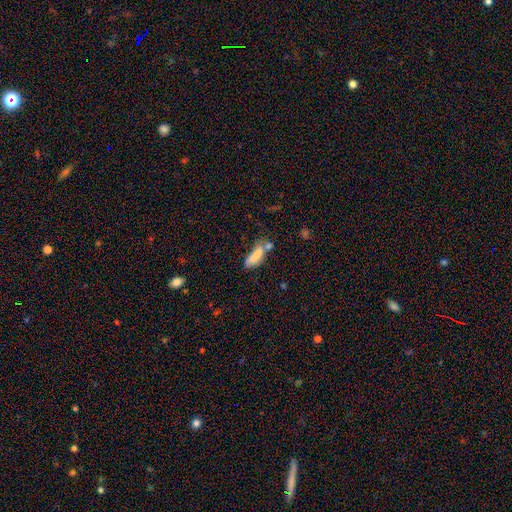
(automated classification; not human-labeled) This appears to be a smooth galaxy with no disk features (71%) that is in between round and cigar-shaped (57%). Merging: none (38%).